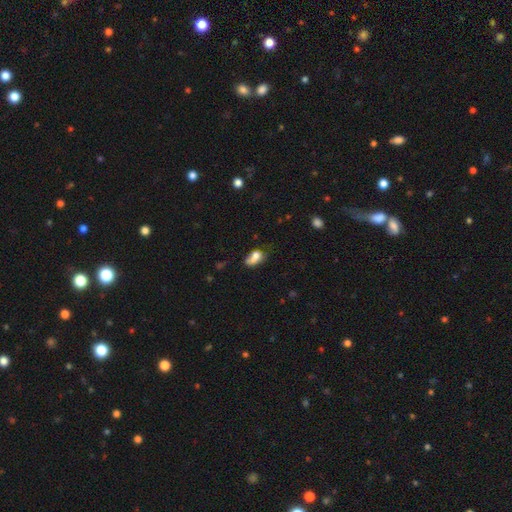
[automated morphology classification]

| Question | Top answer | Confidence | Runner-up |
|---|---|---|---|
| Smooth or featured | smooth | 69% | featured or disk (21%) |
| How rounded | in between | 85% | round (11%) |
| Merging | none | 34% | minor disturbance (32%) |